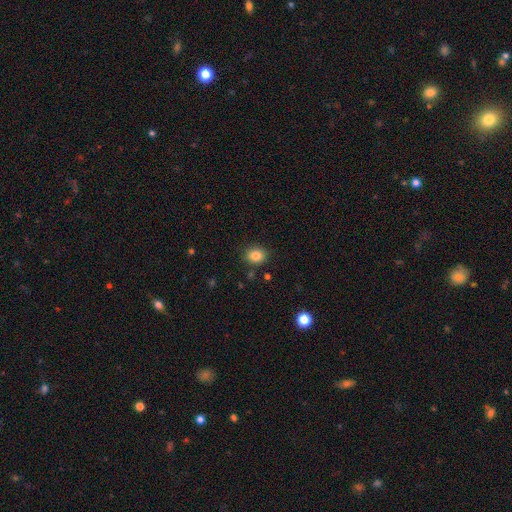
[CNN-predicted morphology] Overall: smooth (83%). How rounded: round (64%; in between 35%). Merging: none (87%).